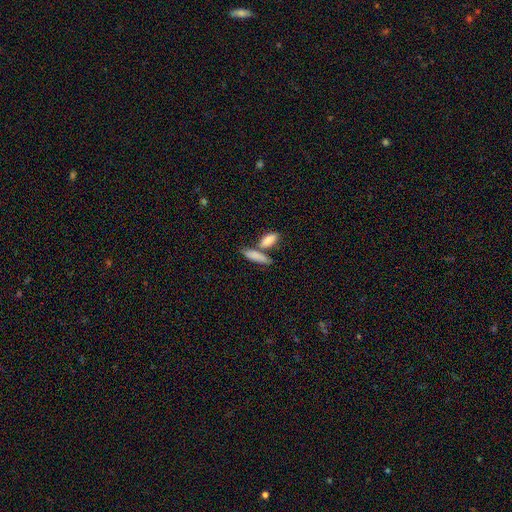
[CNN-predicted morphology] This appears to be a smooth galaxy with no disk features (80%) that is cigar-shaped (50%). Merging: none (47%).